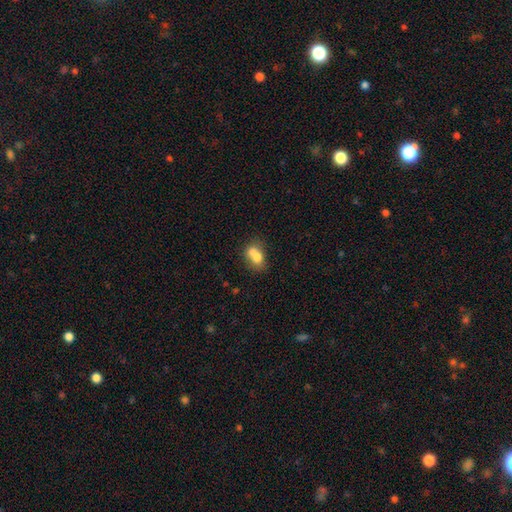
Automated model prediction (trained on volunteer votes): smooth-or-featured: smooth: 70% | featured or disk: 20% | star or artifact: 10%
  how-rounded: in between: 60% | round: 38% | cigar-shaped: 2%
  merging: merger: 57% | none: 28% | minor disturbance: 10% | major disturbance: 5%